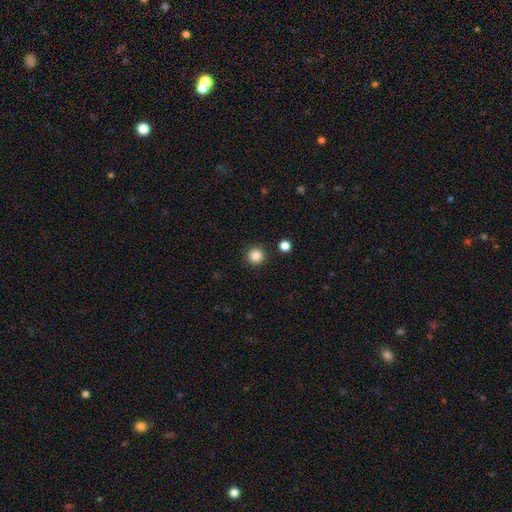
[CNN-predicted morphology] Smooth or featured?
  - smooth: 86% *
  - star or artifact: 11%
  - featured or disk: 3%
How rounded?
  - round: 95% *
  - in between: 4%
  - cigar-shaped: 1%
Merging?
  - none: 90% *
  - minor disturbance: 5%
  - merger: 2%
  - major disturbance: 2%